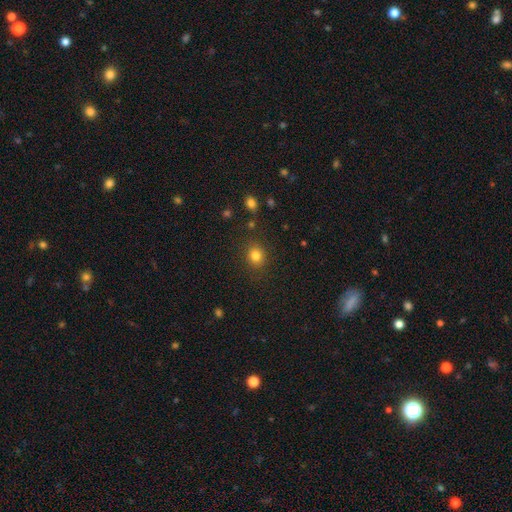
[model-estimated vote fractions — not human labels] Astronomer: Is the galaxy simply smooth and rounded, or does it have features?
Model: smooth — 81%.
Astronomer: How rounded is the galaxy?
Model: round — 75%.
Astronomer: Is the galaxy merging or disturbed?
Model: none — 86%.